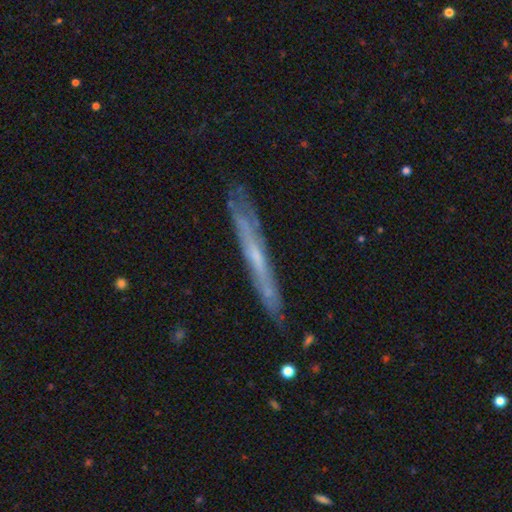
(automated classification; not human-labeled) featured or disk 64%, smooth 28%, star or artifact 8%. Down the decision tree: edge-on disk — yes (88%); edge-on bulge — none (72%); merging — none (82%).